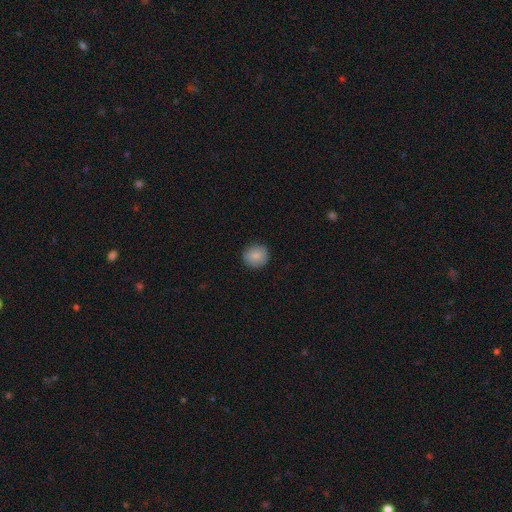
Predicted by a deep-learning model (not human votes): smooth_or_featured: smooth (p=0.85) [alt: star or artifact p=0.08]
how_rounded: round (p=0.91) [alt: in between p=0.08]
merging: none (p=0.90) [alt: minor disturbance p=0.07]